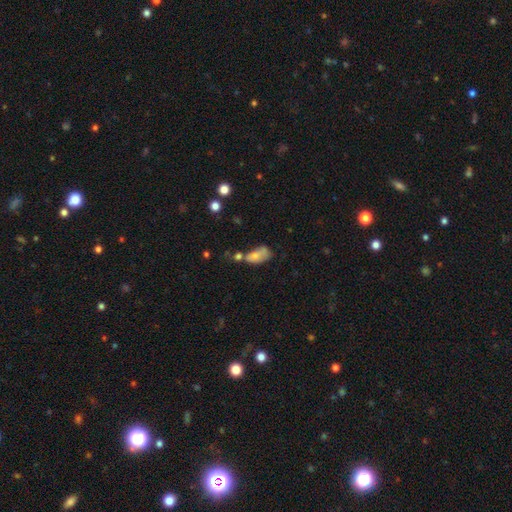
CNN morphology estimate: Smooth or featured: smooth — 67% (featured or disk — 23%)
How rounded: in between — 90% (round — 6%)
Merging: none — 29% (merger — 28%)